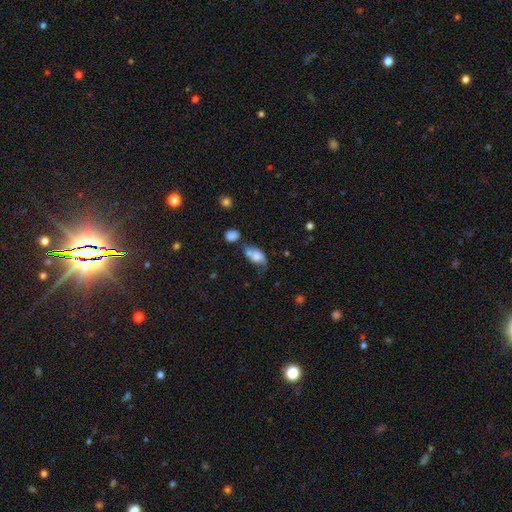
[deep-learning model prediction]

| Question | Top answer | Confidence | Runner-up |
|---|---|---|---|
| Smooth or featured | smooth | 68% | featured or disk (22%) |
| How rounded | in between | 86% | round (11%) |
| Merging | merger | 35% | none (29%) |